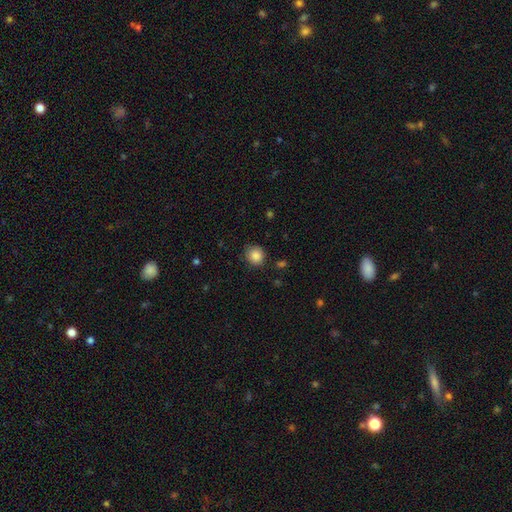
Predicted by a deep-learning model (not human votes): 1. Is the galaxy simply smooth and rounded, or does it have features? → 87% smooth, 9% star or artifact, 4% featured or disk.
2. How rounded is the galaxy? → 83% round, 16% in between, 1% cigar-shaped.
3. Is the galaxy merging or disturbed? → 82% none, 14% minor disturbance, 3% major disturbance, 2% merger.